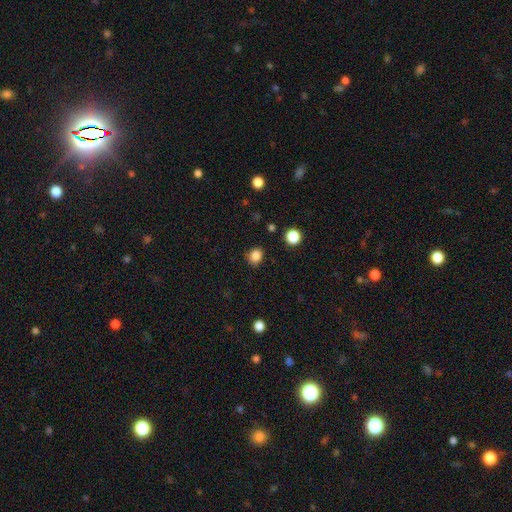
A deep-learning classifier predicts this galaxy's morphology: Q: Smooth or featured?
A: smooth (85%); runner-up: star or artifact (12%)
Q: How rounded?
A: round (67%); runner-up: in between (32%)
Q: Merging?
A: none (85%); runner-up: minor disturbance (11%)